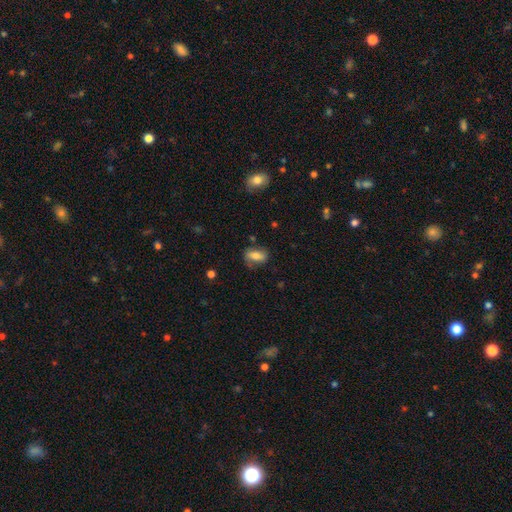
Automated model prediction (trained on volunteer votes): Smooth or featured? smooth (70%)
How rounded? in between (84%)
Merging? none (66%)